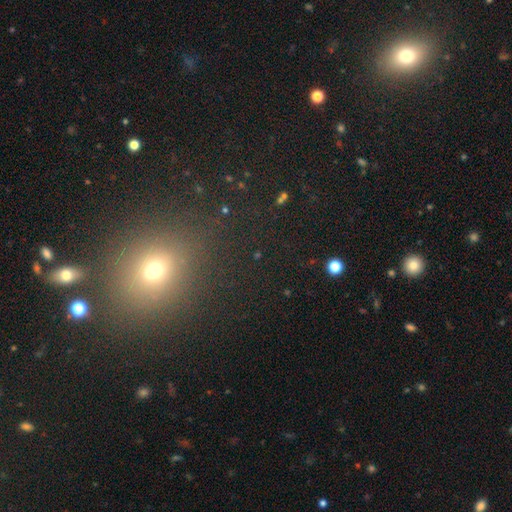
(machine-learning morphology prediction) Smooth or featured?
  - smooth: 47% *
  - star or artifact: 44%
  - featured or disk: 9%
Merging?
  - none: 84% *
  - minor disturbance: 8%
  - major disturbance: 4%
  - merger: 4%